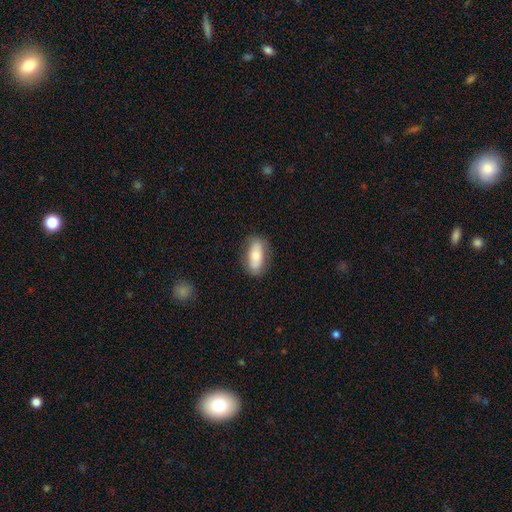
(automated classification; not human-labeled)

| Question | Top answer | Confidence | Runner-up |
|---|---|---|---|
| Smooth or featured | smooth | 72% | featured or disk (22%) |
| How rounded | in between | 85% | cigar-shaped (11%) |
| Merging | none | 81% | minor disturbance (14%) |